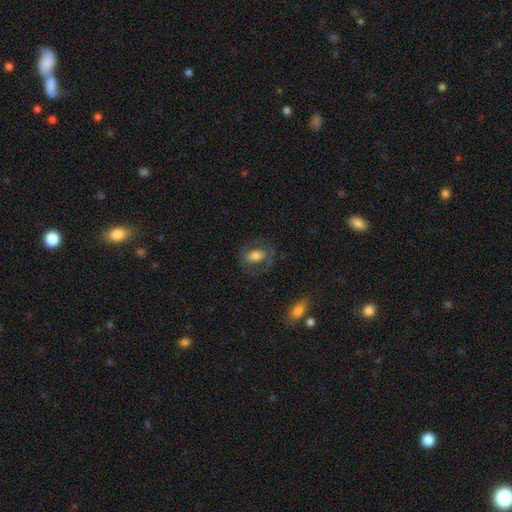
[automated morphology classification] Smooth or featured? Predicted: smooth (p=0.54). How rounded? Predicted: in between (p=0.79). Merging? Predicted: none (p=0.67).